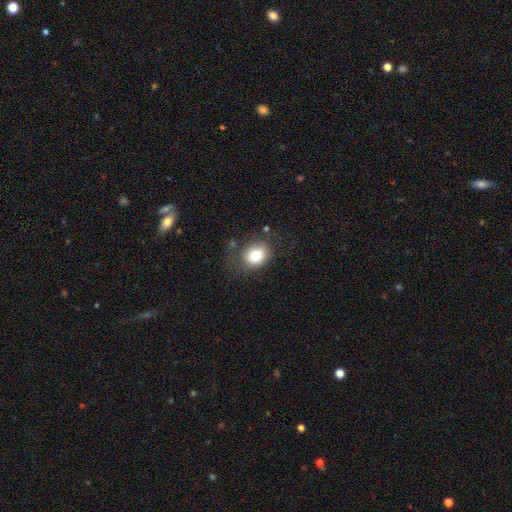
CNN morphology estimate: Smooth or featured?
  - smooth: 77% *
  - featured or disk: 12%
  - star or artifact: 10%
How rounded?
  - round: 53% *
  - in between: 46%
  - cigar-shaped: 1%
Merging?
  - none: 76% *
  - minor disturbance: 15%
  - major disturbance: 6%
  - merger: 3%